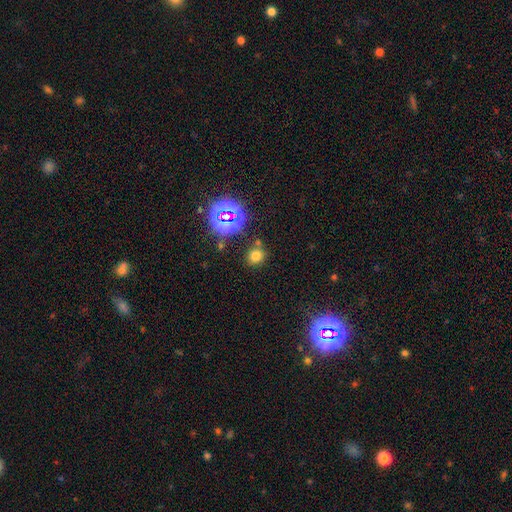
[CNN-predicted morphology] A smooth galaxy with no disk features (68%) that is round (70%). Merging: none (76%).